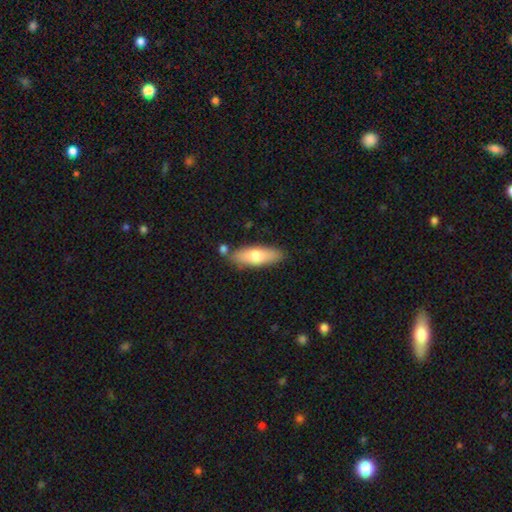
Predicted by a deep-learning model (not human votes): smooth-or-featured: smooth: 69% | featured or disk: 25% | star or artifact: 6%
  how-rounded: in between: 54% | cigar-shaped: 44% | round: 2%
  merging: none: 78% | minor disturbance: 13% | merger: 7% | major disturbance: 3%